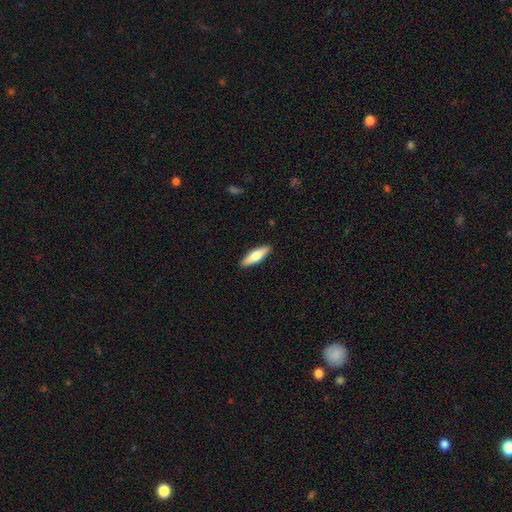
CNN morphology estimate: Smooth or featured?
  - smooth: 64% *
  - featured or disk: 30%
  - star or artifact: 5%
How rounded?
  - cigar-shaped: 61% *
  - in between: 37%
  - round: 2%
Merging?
  - none: 90% *
  - minor disturbance: 7%
  - major disturbance: 2%
  - merger: 1%